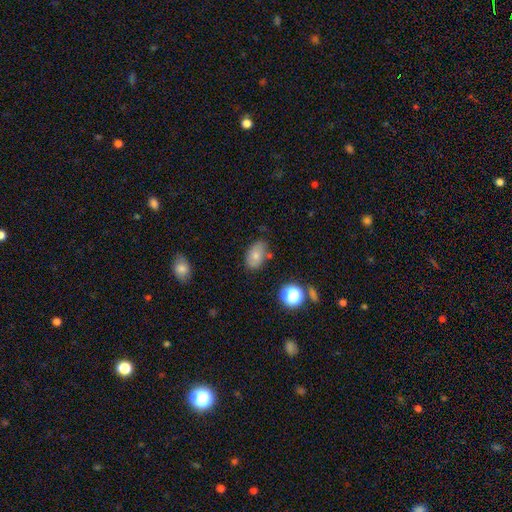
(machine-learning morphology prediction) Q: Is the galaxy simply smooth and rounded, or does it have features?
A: smooth — 74%.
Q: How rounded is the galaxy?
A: in between — 86%.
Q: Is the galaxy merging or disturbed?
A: none — 69%.